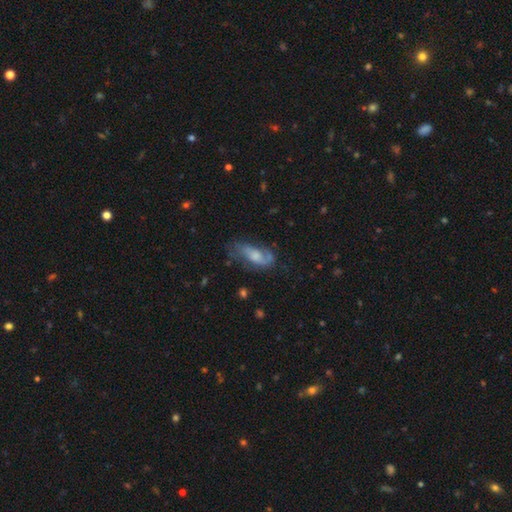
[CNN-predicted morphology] The model was most divided on "smooth or featured": featured or disk: 50%, smooth: 42%, star or artifact: 8%. Remaining: merging — none (46%).